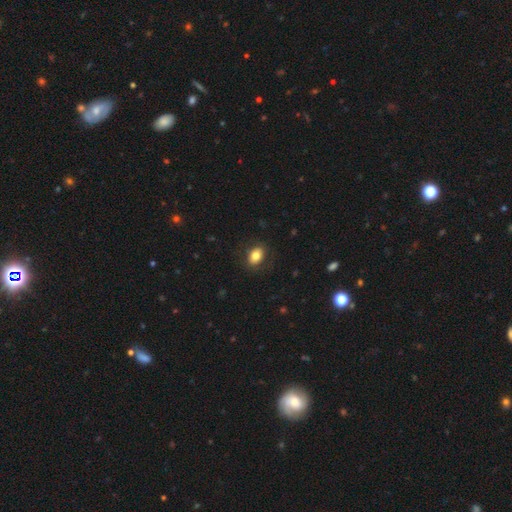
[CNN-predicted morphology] Overall: smooth (81%). How rounded: in between (78%). Merging: none (85%).